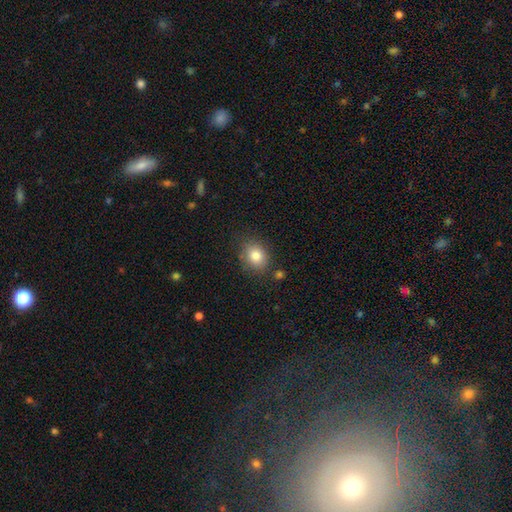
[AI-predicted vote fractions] This appears to be a smooth galaxy with no disk features (83%) that is round (53%). Merging: none (80%).